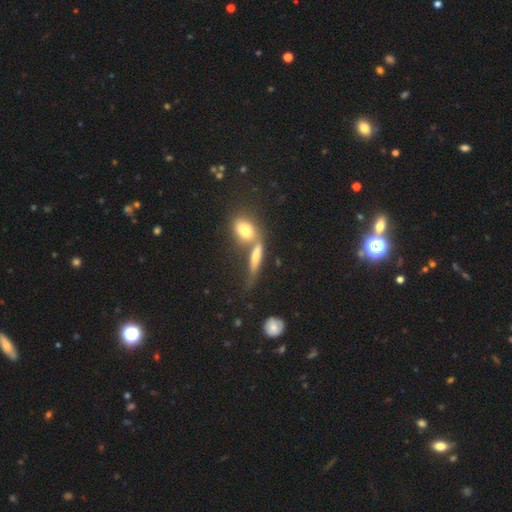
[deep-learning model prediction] smooth-or-featured: smooth: 59% | featured or disk: 31% | star or artifact: 10%
  how-rounded: cigar-shaped: 52% | in between: 38% | round: 10%
  merging: merger: 41% | none: 38% | minor disturbance: 13% | major disturbance: 8%